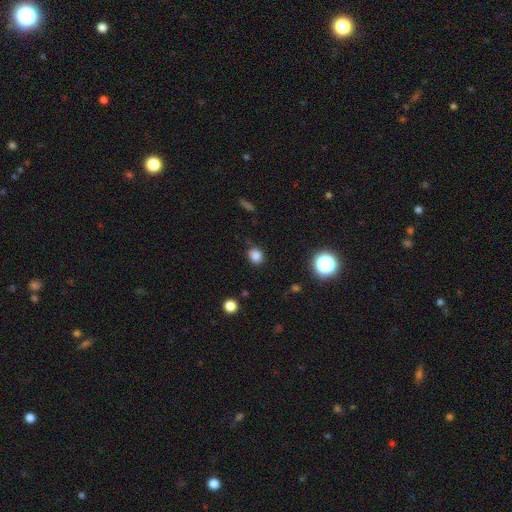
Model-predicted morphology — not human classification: Smooth or featured?
  - smooth: 82% *
  - star or artifact: 14%
  - featured or disk: 5%
How rounded?
  - round: 73% *
  - in between: 26%
  - cigar-shaped: 1%
Merging?
  - none: 78% *
  - minor disturbance: 16%
  - major disturbance: 4%
  - merger: 2%